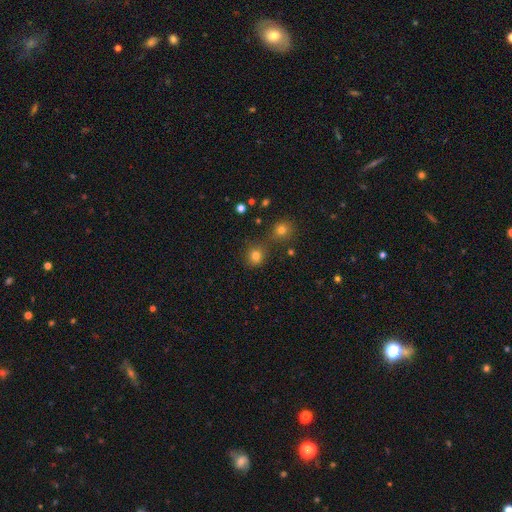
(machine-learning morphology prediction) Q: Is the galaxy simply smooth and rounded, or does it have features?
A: smooth — 78%.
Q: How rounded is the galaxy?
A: round — 88%.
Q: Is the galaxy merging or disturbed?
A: none — 73%.